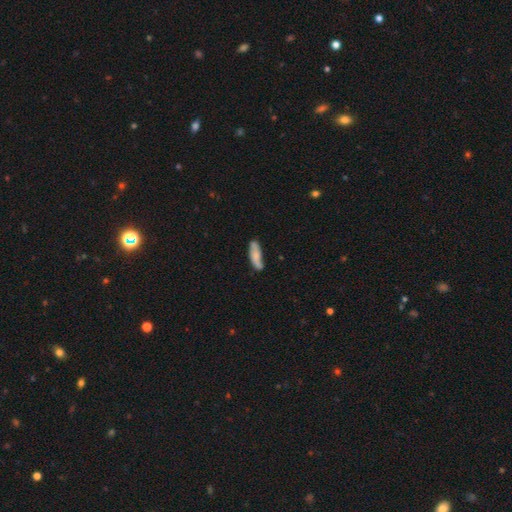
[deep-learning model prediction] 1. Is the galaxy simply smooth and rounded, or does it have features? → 71% smooth, 23% featured or disk, 6% star or artifact.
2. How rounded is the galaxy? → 53% cigar-shaped, 45% in between, 2% round.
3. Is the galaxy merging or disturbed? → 67% none, 25% minor disturbance, 5% major disturbance, 4% merger.